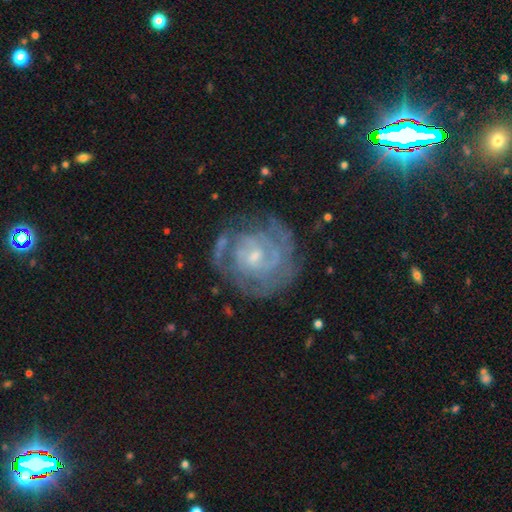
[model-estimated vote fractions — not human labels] Smooth or featured?
  - featured or disk: 83% *
  - smooth: 9%
  - star or artifact: 8%
Edge-on disk?
  - no: 98% *
  - yes: 2%
Bar?
  - no: 59% *
  - weak: 34%
  - strong: 7%
Spiral arms?
  - yes: 92% *
  - no: 8%
Spiral winding?
  - tight: 71% *
  - medium: 24%
  - loose: 5%
Spiral arm count?
  - can't tell: 38% *
  - 2: 25%
  - 3: 17%
  - 4: 8%
  - 1: 6%
  - more than 4: 6%
Bulge size?
  - small: 67% *
  - moderate: 26%
  - none: 4%
  - large: 2%
  - dominant: 1%
Merging?
  - none: 72% *
  - minor disturbance: 17%
  - major disturbance: 8%
  - merger: 2%